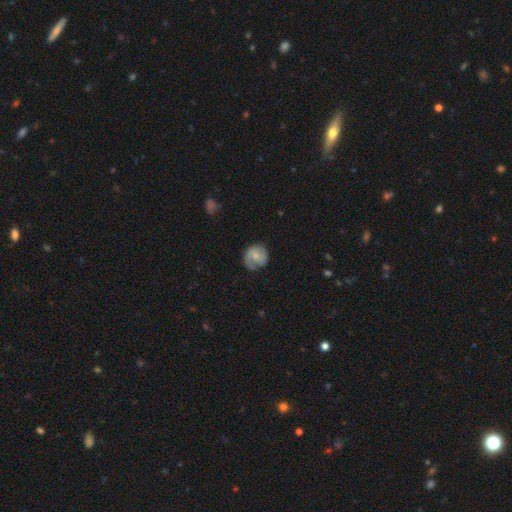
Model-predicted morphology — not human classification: smooth 53%, featured or disk 40%, star or artifact 7%. Down the decision tree: how rounded — round (81%); merging — none (58%).